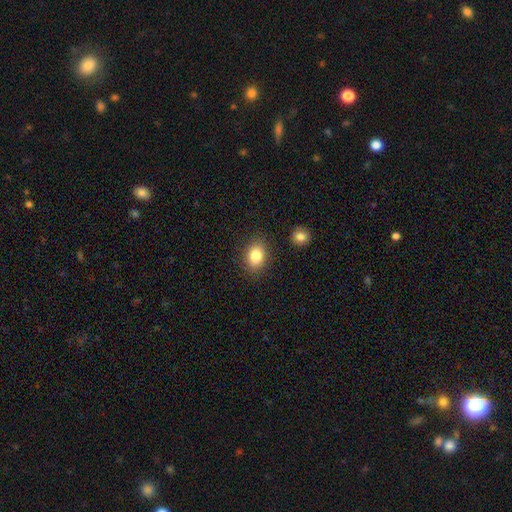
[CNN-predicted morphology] This is clearly a smooth galaxy (83%). How rounded: likely in between (66%). Merging: clearly none (85%).